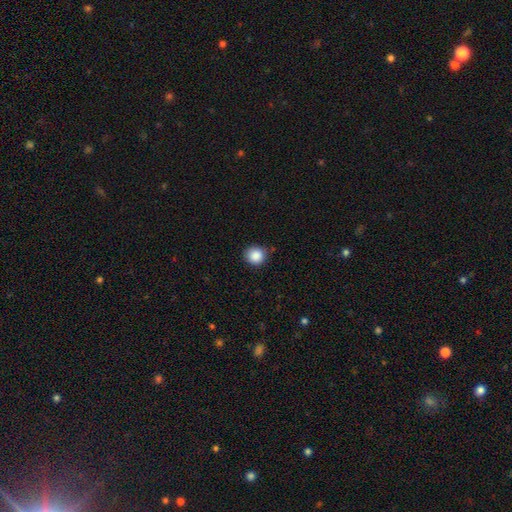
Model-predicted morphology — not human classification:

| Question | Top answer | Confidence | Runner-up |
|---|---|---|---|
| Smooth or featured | smooth | 88% | star or artifact (9%) |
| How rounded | round | 90% | in between (9%) |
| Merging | none | 84% | minor disturbance (12%) |